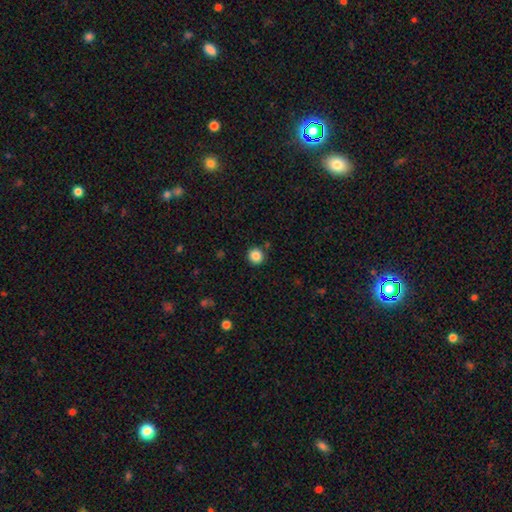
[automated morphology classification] Overall: smooth (86%). How rounded: round (94%). Merging: none (90%).